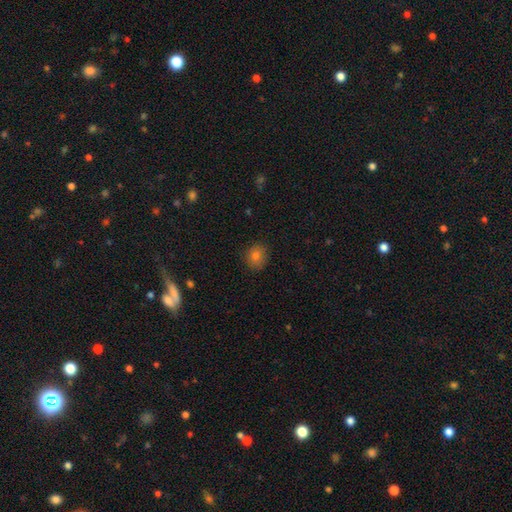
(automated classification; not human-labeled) Smooth or featured: smooth — 78% (star or artifact — 14%)
How rounded: round — 77% (in between — 22%)
Merging: none — 86% (minor disturbance — 10%)